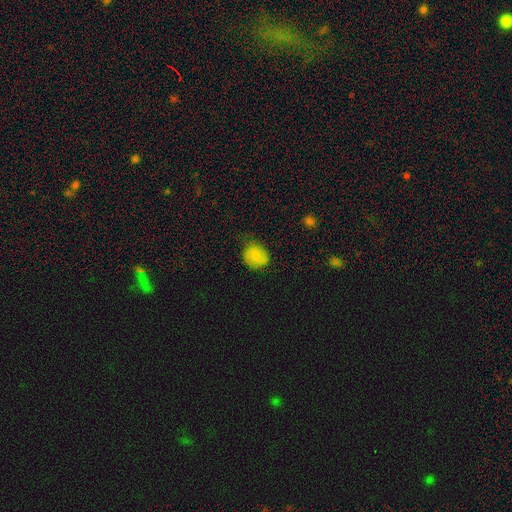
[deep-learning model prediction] A smooth galaxy with no disk features (79%) that is round (74%).

Vote fractions:
- Smooth or featured? smooth: 79% / featured or disk: 12% / star or artifact: 9%
- How rounded? round: 74% / in between: 25% / cigar-shaped: 1%
- Merging? none: 69% / minor disturbance: 25% / major disturbance: 5% / merger: 1%